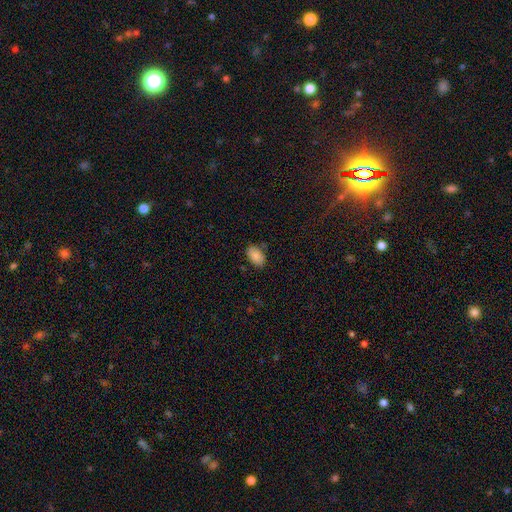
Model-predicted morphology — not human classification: Smooth or featured? Predicted: smooth (p=0.87). How rounded? Predicted: in between (p=0.92). Merging? Predicted: none (p=0.80).